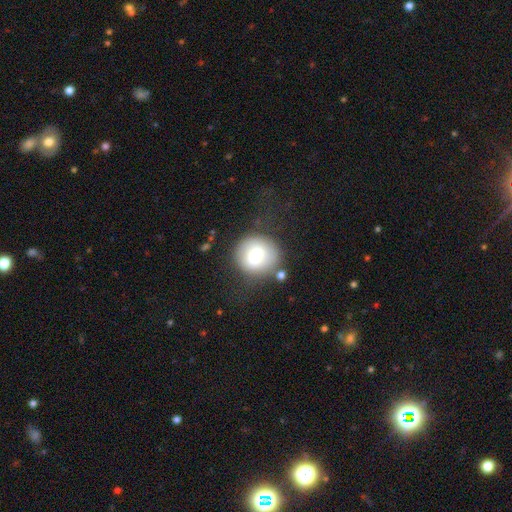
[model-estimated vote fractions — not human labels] Q: Smooth or featured?
A: smooth (73%); runner-up: featured or disk (18%)
Q: How rounded?
A: round (89%); runner-up: in between (10%)
Q: Merging?
A: none (73%); runner-up: minor disturbance (14%)